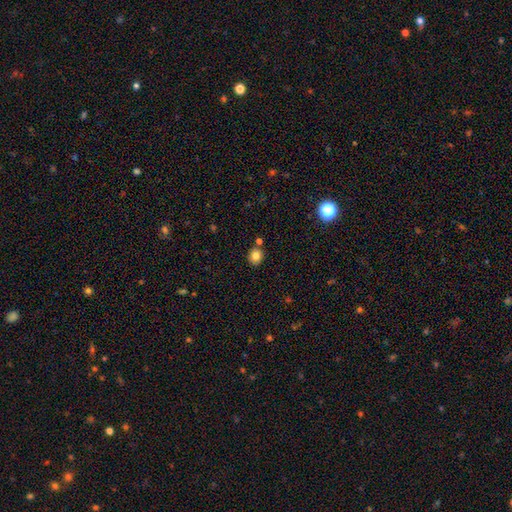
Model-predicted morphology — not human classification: type=smooth (82%); roundness=round (69%); merging=none (80%).